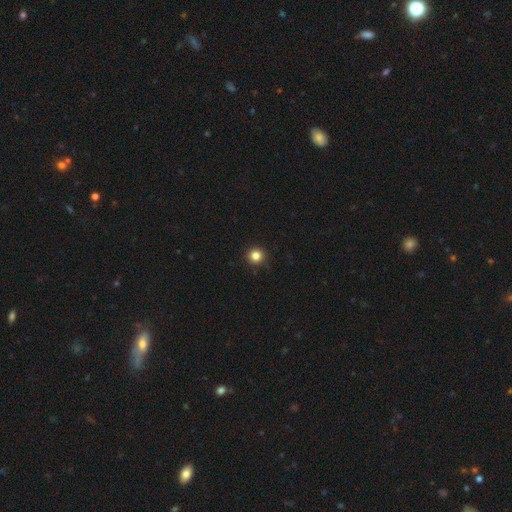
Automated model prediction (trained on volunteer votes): A smooth galaxy with no disk features (83%) that is round (95%).

Vote fractions:
- Smooth or featured? smooth: 83% / star or artifact: 12% / featured or disk: 4%
- How rounded? round: 95% / in between: 4% / cigar-shaped: 1%
- Merging? none: 93% / minor disturbance: 5% / major disturbance: 2% / merger: 1%